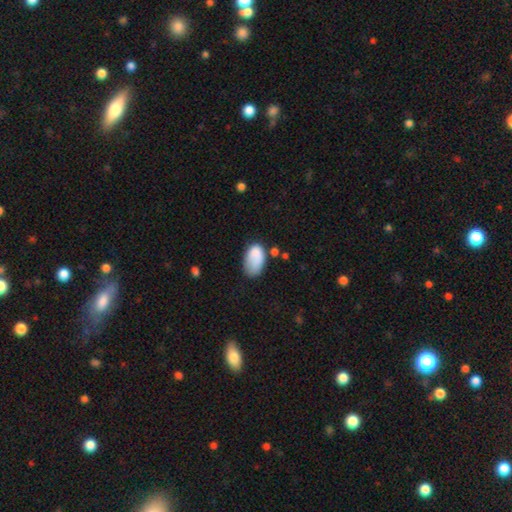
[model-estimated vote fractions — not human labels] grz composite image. It shows a smooth galaxy with no disk features (82%) that is in between round and cigar-shaped (93%). Merging: none (45%).